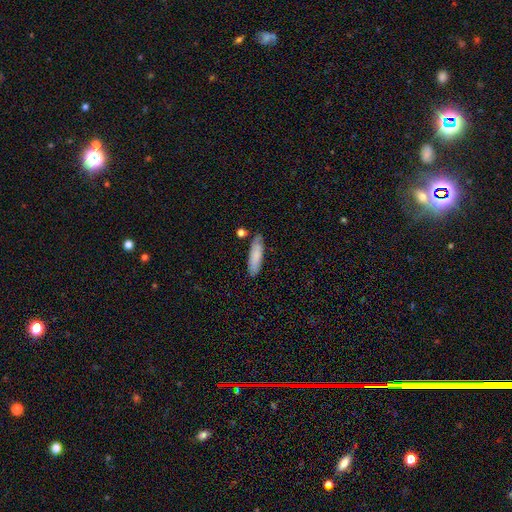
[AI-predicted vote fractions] Smooth or featured? smooth (79%)
How rounded? cigar-shaped (56%)
Merging? none (76%)